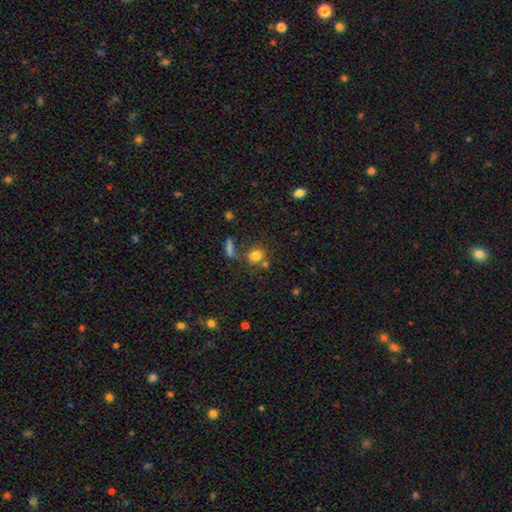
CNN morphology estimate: Q: Smooth or featured?
A: smooth (78%); runner-up: star or artifact (13%)
Q: How rounded?
A: round (78%); runner-up: in between (20%)
Q: Merging?
A: none (64%); runner-up: merger (18%)